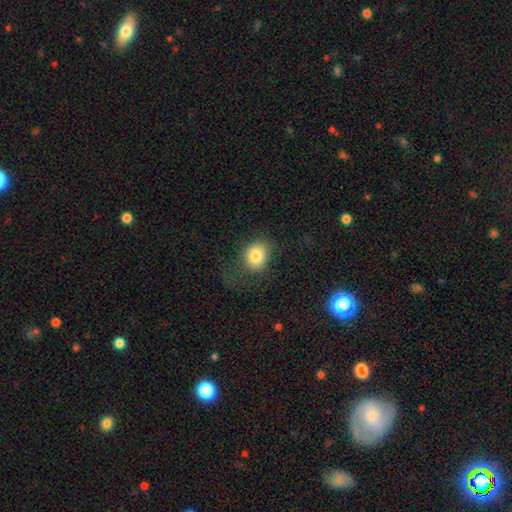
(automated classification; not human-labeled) smooth 81%, star or artifact 10%, featured or disk 9%. Down the decision tree: how rounded — round (62%); merging — none (61%).